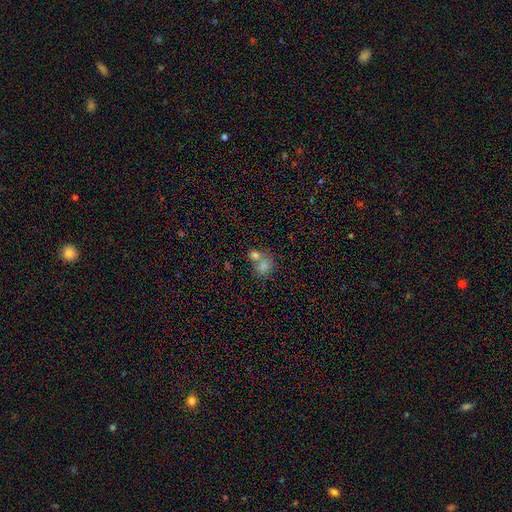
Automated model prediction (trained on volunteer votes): smooth_or_featured: smooth (p=0.74) [alt: star or artifact p=0.13]
how_rounded: round (p=0.62) [alt: in between p=0.37]
merging: merger (p=0.58) [alt: none p=0.31]